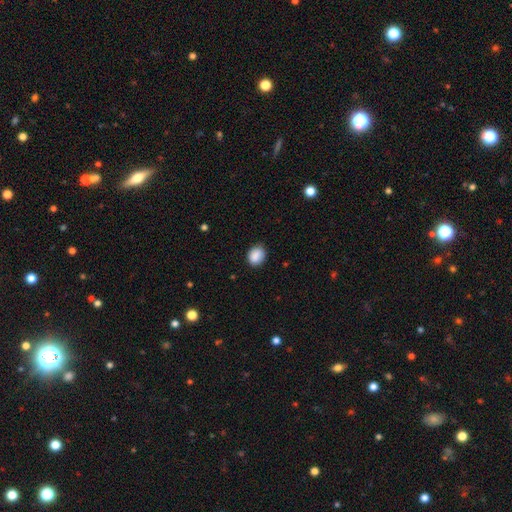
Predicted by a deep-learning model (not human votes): Morphology: type=smooth (89%); roundness=round (55%); merging=none (84%).